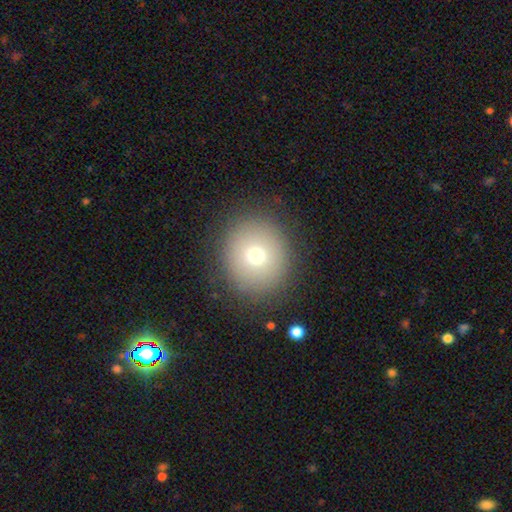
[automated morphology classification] Smooth or featured?
  - smooth: 72% *
  - featured or disk: 15%
  - star or artifact: 14%
How rounded?
  - round: 86% *
  - in between: 13%
  - cigar-shaped: 1%
Merging?
  - none: 88% *
  - minor disturbance: 7%
  - major disturbance: 3%
  - merger: 1%